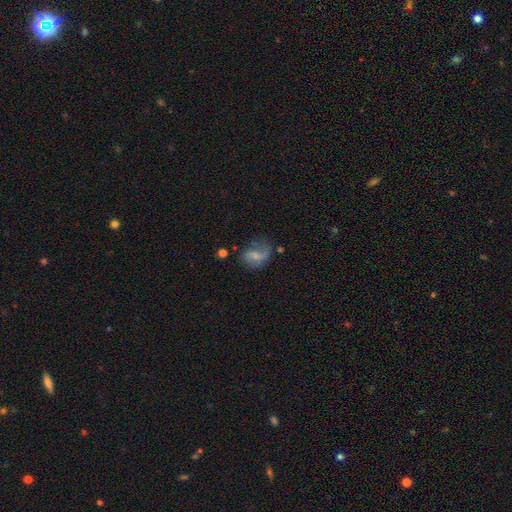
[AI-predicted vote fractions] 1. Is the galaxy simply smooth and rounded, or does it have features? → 49% featured or disk, 42% smooth, 10% star or artifact.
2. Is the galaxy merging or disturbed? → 43% none, 27% minor disturbance, 26% major disturbance, 4% merger.